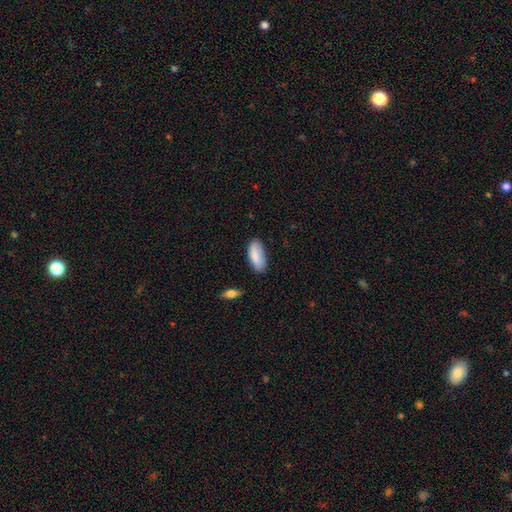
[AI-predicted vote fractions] A smooth galaxy with no disk features (84%) that is in between round and cigar-shaped (81%). Merging: none (76%).